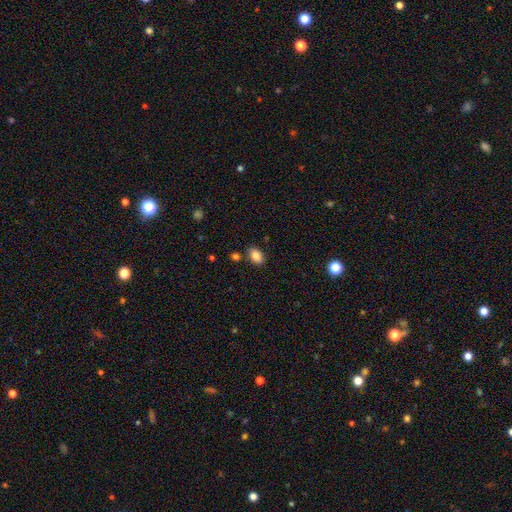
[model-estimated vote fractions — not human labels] Morphology: type=smooth (85%); roundness=in between (86%); merging=none (82%).